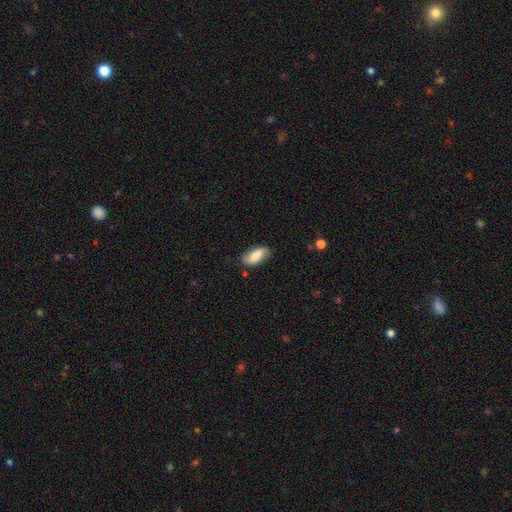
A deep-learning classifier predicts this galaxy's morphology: This appears to be a smooth galaxy with no disk features (66%) that is in between round and cigar-shaped (88%). Merging: none (78%).